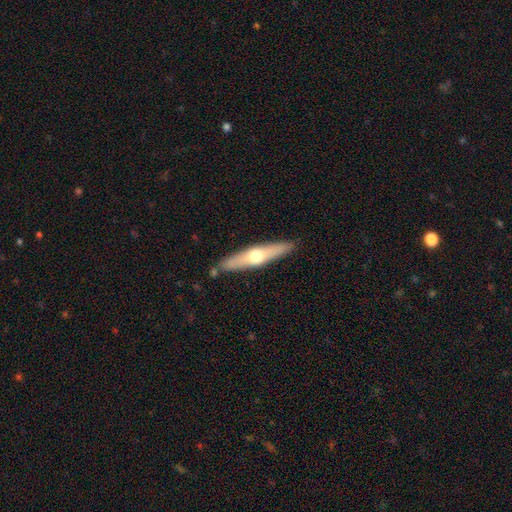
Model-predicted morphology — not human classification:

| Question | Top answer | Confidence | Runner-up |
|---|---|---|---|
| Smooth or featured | featured or disk | 51% | smooth (44%) |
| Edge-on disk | yes | 89% | no (11%) |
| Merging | none | 85% | minor disturbance (10%) |